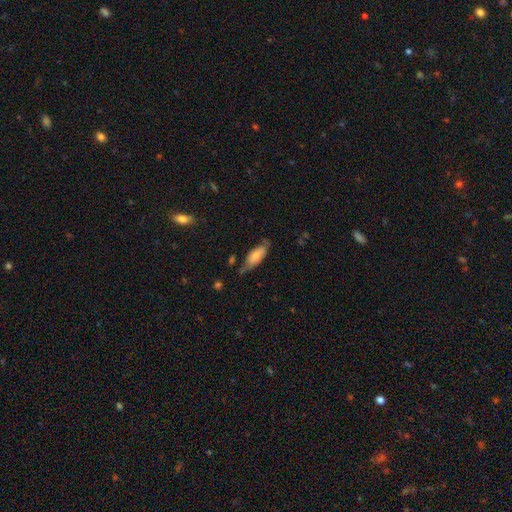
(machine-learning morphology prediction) This is possibly a smooth galaxy (60%). How rounded: likely in between (75%). Merging: possibly none (53%).